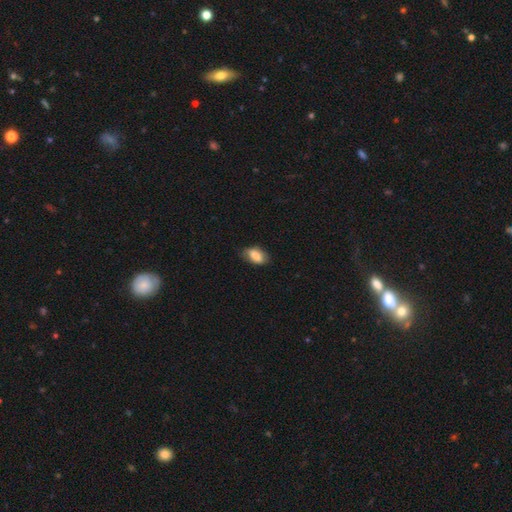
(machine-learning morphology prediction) This appears to be a smooth galaxy with no disk features (82%) that is in between round and cigar-shaped (91%). Merging: none (72%).